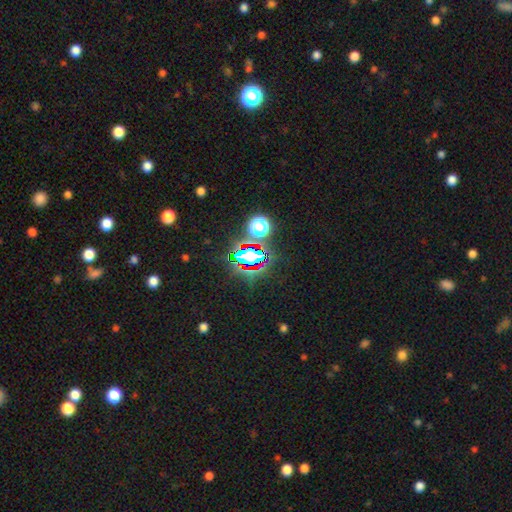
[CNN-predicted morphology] Smooth or featured? star or artifact (68%)